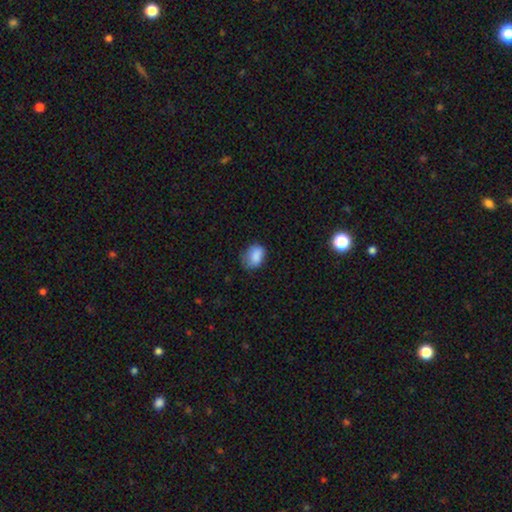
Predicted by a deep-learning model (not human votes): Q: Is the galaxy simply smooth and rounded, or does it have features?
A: smooth — 84%.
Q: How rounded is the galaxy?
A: in between — 74%.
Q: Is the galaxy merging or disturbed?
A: none — 57%.